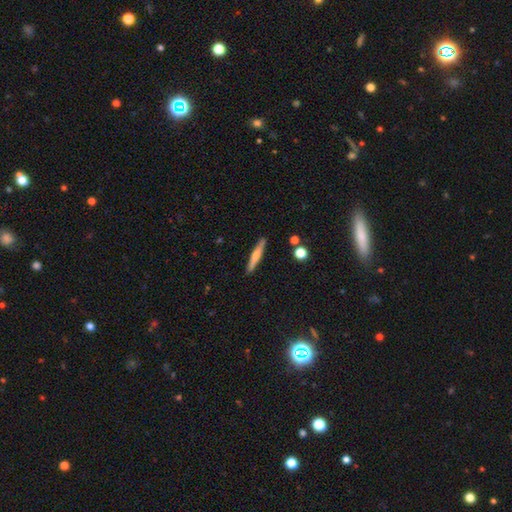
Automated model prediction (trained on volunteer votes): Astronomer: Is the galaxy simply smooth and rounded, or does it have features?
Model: smooth — 52% (runner-up: featured or disk, 41%).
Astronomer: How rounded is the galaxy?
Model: cigar-shaped — 93%.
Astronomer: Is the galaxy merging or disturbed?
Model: none — 89%.